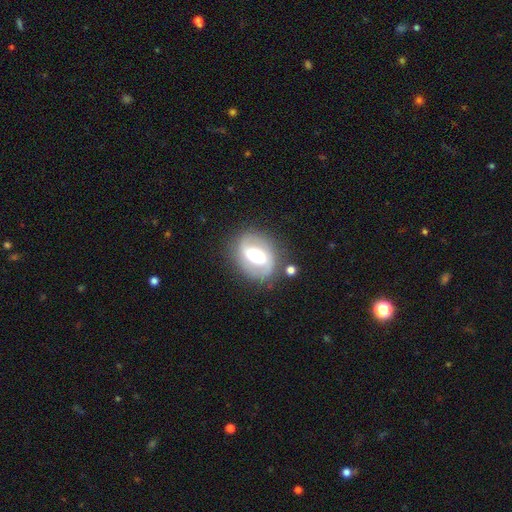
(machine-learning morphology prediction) Smooth or featured?
  - featured or disk: 74% *
  - smooth: 20%
  - star or artifact: 7%
Edge-on disk?
  - no: 97% *
  - yes: 3%
Bar?
  - strong: 45% *
  - weak: 38%
  - no: 18%
Spiral arms?
  - yes: 84% *
  - no: 16%
Spiral winding?
  - medium: 45% *
  - tight: 34%
  - loose: 21%
Spiral arm count?
  - 2: 88% *
  - can't tell: 6%
  - 1: 3%
  - 3: 1%
  - 4: 1%
  - more than 4: 1%
Bulge size?
  - moderate: 43% *
  - large: 36%
  - small: 12%
  - dominant: 6%
  - none: 2%
Merging?
  - none: 78% *
  - minor disturbance: 13%
  - major disturbance: 6%
  - merger: 3%